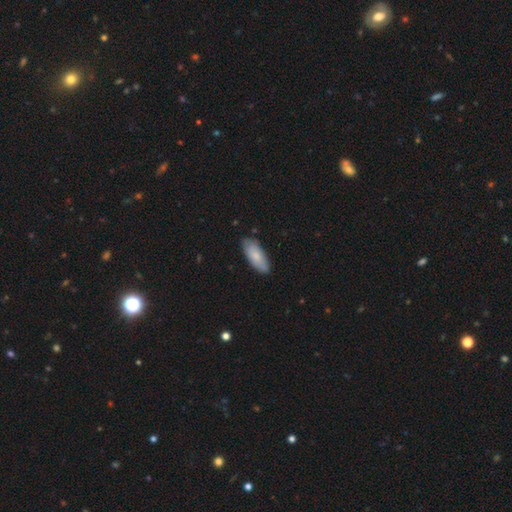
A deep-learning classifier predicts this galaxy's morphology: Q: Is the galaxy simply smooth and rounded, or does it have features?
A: smooth — 77%.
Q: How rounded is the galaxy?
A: in between — 78%.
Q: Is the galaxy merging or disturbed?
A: none — 80%.